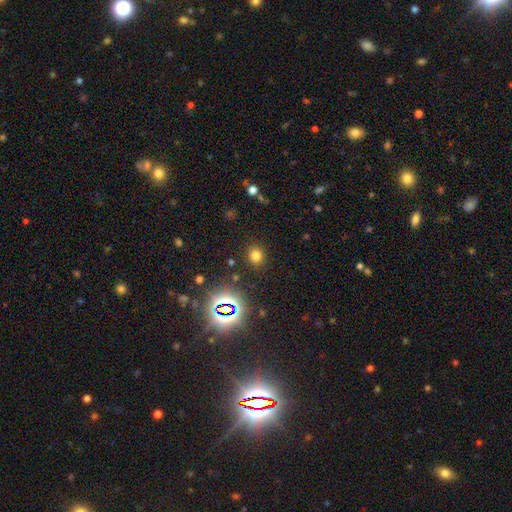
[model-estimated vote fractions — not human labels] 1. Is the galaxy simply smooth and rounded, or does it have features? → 72% smooth, 22% star or artifact, 6% featured or disk.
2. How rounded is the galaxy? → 81% round, 18% in between, 1% cigar-shaped.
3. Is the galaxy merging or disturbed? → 88% none, 7% minor disturbance, 3% major disturbance, 2% merger.